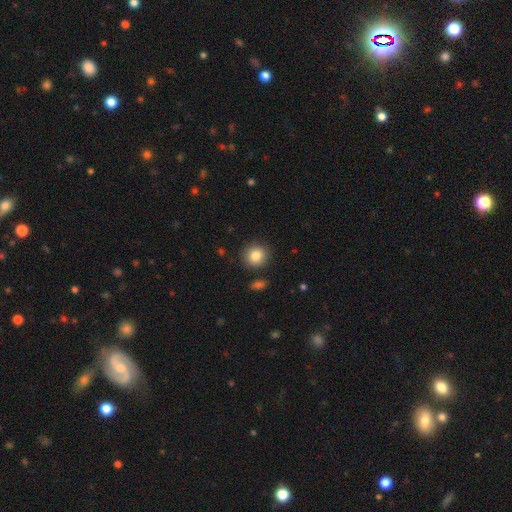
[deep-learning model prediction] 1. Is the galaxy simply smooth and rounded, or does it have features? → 84% smooth, 9% star or artifact, 7% featured or disk.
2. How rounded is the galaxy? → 88% round, 11% in between, 1% cigar-shaped.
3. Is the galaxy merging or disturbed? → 87% none, 8% minor disturbance, 2% merger, 2% major disturbance.